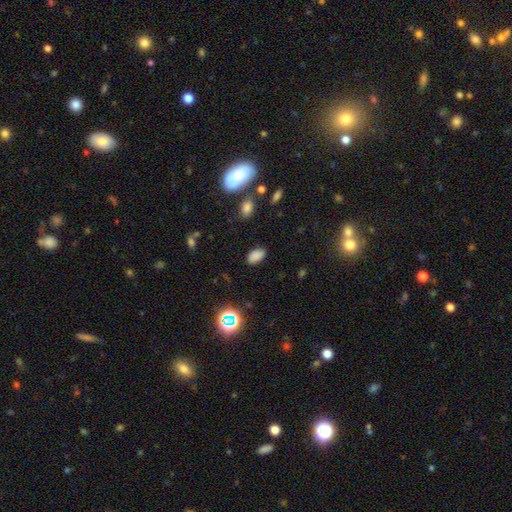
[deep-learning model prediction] Smooth or featured? smooth (81%)
How rounded? in between (92%)
Merging? none (83%)